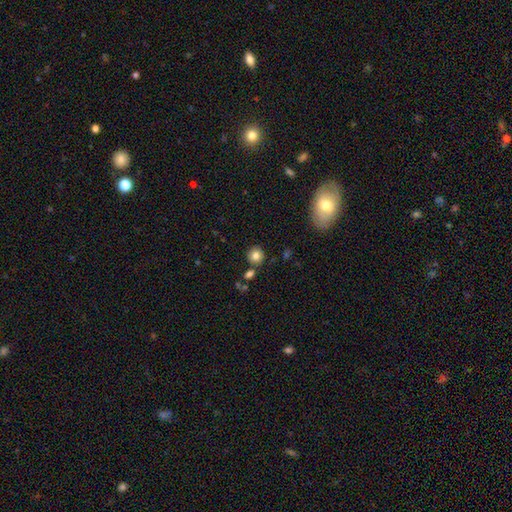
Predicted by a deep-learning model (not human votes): Overall: smooth (82%). How rounded: round (90%). Merging: none (82%).